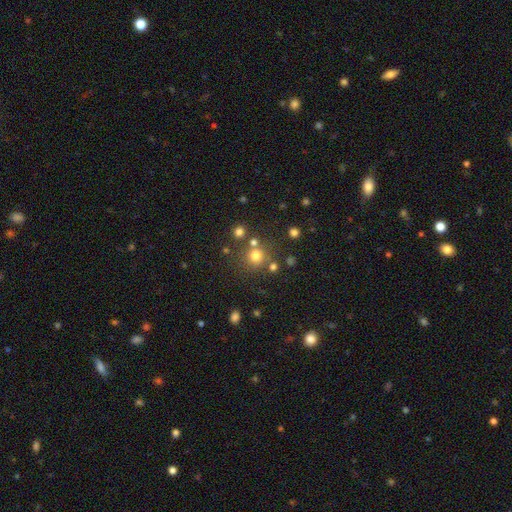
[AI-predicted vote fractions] Smooth or featured? Predicted: smooth (p=0.74). How rounded? Predicted: round (p=0.92). Merging? Predicted: none (p=0.74).